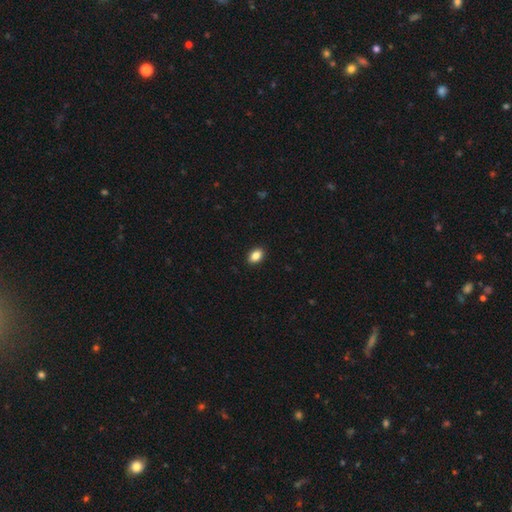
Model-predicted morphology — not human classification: smooth-or-featured: smooth: 86% | star or artifact: 8% | featured or disk: 5%
  how-rounded: in between: 86% | round: 13% | cigar-shaped: 2%
  merging: none: 90% | minor disturbance: 7% | major disturbance: 2% | merger: 1%